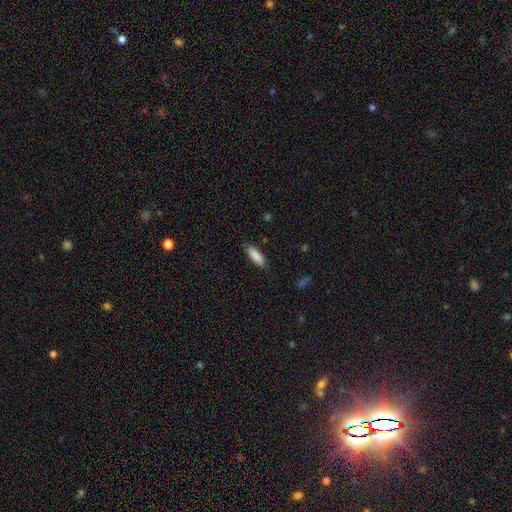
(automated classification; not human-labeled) Q: Smooth or featured?
A: smooth (87%); runner-up: featured or disk (7%)
Q: How rounded?
A: in between (59%); runner-up: cigar-shaped (40%)
Q: Merging?
A: none (85%); runner-up: minor disturbance (11%)